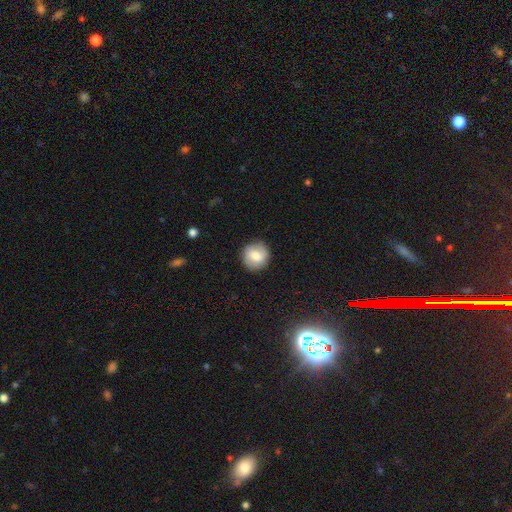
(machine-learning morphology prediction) A smooth galaxy with no disk features (64%) that is round (90%).

Vote fractions:
- Smooth or featured? smooth: 64% / featured or disk: 29% / star or artifact: 8%
- How rounded? round: 90% / in between: 9% / cigar-shaped: 1%
- Merging? none: 88% / minor disturbance: 8% / major disturbance: 2% / merger: 1%